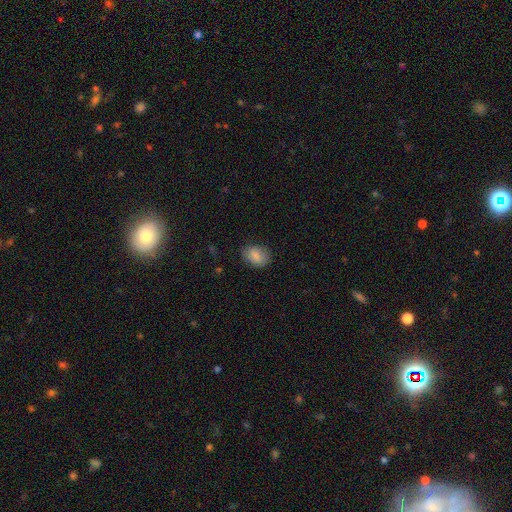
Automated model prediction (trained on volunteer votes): A smooth galaxy with no disk features (85%) that is in between round and cigar-shaped (68%). Merging: none (78%).